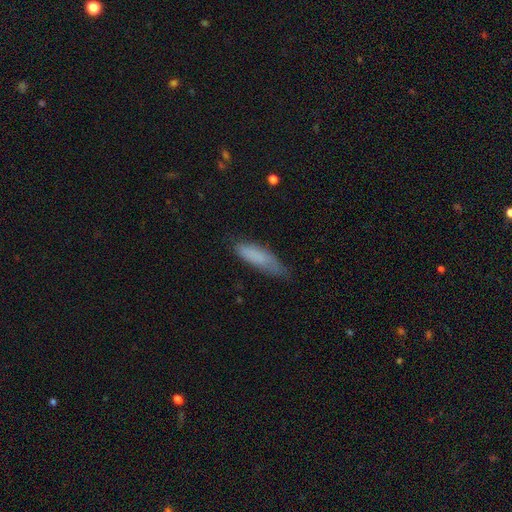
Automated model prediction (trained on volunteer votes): The model was most divided on "how rounded": cigar-shaped: 59%, in between: 40%, round: 2%. More confident: smooth or featured — smooth (81%); merging — none (61%).